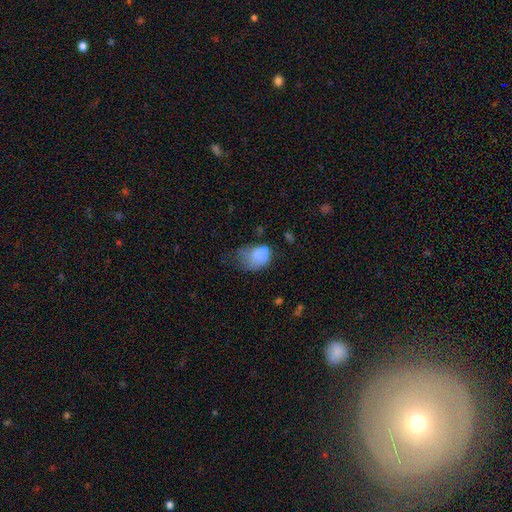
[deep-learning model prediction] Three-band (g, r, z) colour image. It shows a smooth galaxy with no disk features (69%) that is in between round and cigar-shaped (67%). Merging: major disturbance (36%).